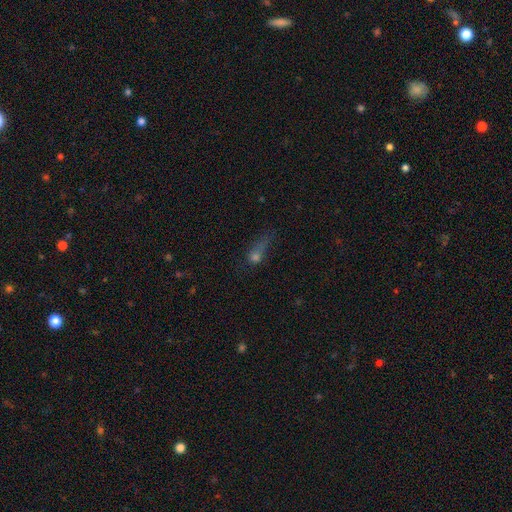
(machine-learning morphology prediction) The model was most divided on "merging": major disturbance: 39%, none: 31%, minor disturbance: 21%, merger: 8%. Remaining: smooth or featured — smooth (54%); how rounded — in between (45%).